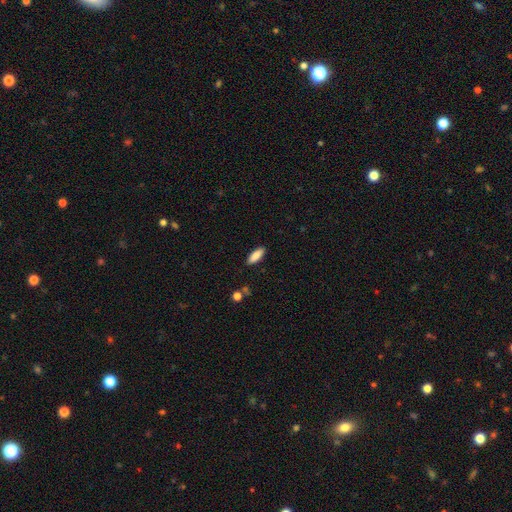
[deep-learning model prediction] A smooth galaxy with no disk features (87%) that is in between round and cigar-shaped (66%). Merging: none (87%).